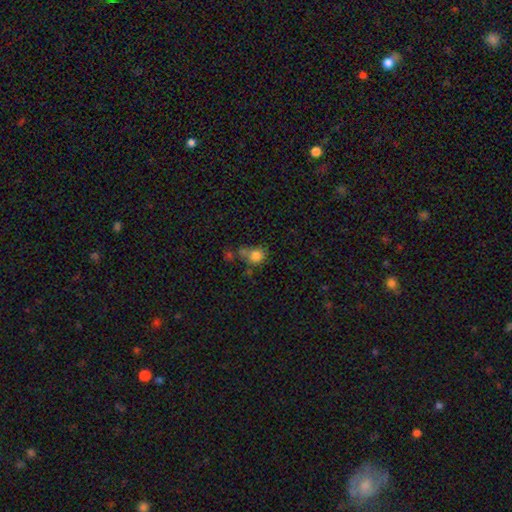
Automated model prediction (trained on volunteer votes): Overall: smooth (80%). How rounded: round (78%). Merging: none (47%; merger 29%).